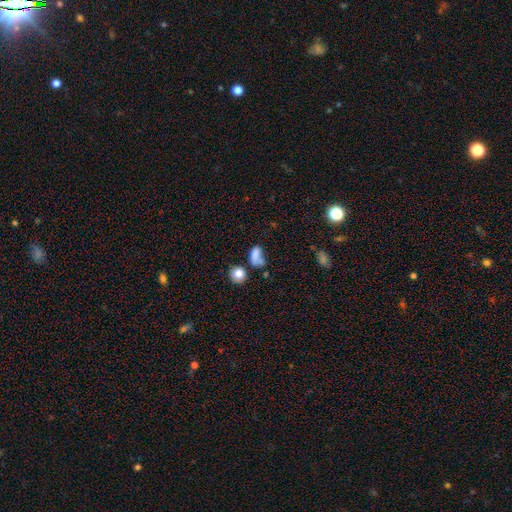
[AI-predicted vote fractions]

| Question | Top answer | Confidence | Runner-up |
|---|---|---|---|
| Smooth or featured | smooth | 73% | star or artifact (14%) |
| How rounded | in between | 73% | round (22%) |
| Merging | none | 35% | major disturbance (22%) |